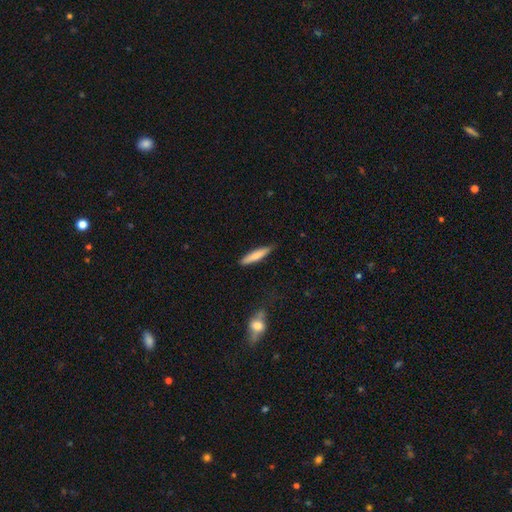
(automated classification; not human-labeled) A smooth galaxy with no disk features (74%) that is cigar-shaped (87%). Merging: none (84%).